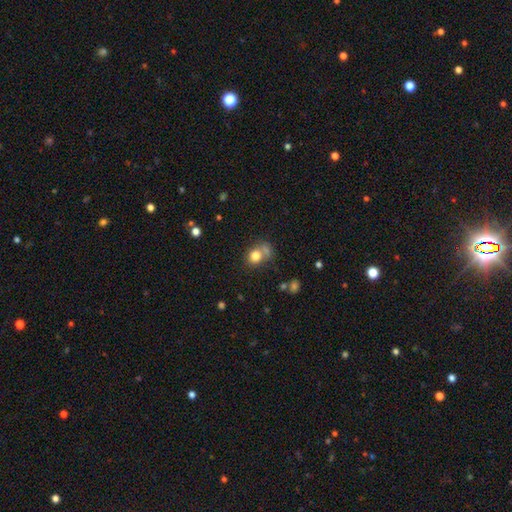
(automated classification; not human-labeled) Smooth or featured?
  - smooth: 78% *
  - star or artifact: 12%
  - featured or disk: 10%
How rounded?
  - round: 67% *
  - in between: 32%
  - cigar-shaped: 1%
Merging?
  - none: 46% *
  - merger: 33%
  - minor disturbance: 14%
  - major disturbance: 8%